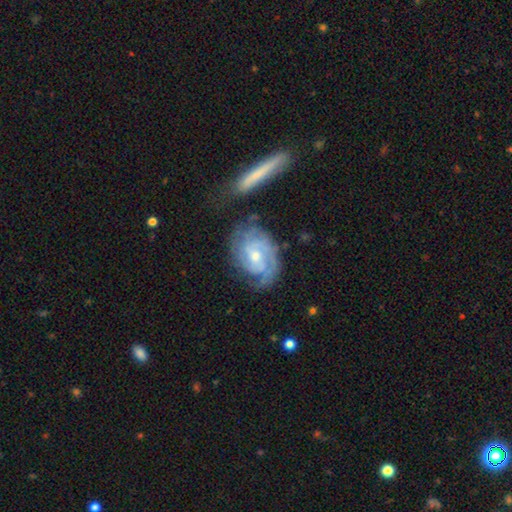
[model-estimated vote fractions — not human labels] Smooth or featured? featured or disk (84%)
Edge-on disk? no (96%)
Bar? no (57%)
Spiral arms? yes (95%)
Spiral winding? tight (61%)
Spiral arm count? can't tell (33%)
Bulge size? small (53%)
Merging? none (61%)